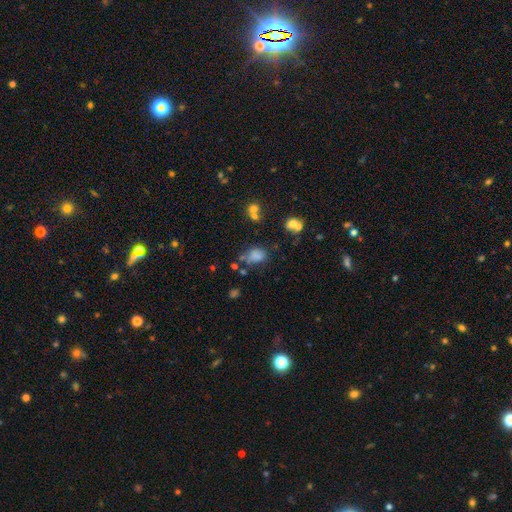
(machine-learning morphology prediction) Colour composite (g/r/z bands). It shows a smooth galaxy with no disk features (73%) that is in between round and cigar-shaped (64%). Merging: none (50%).